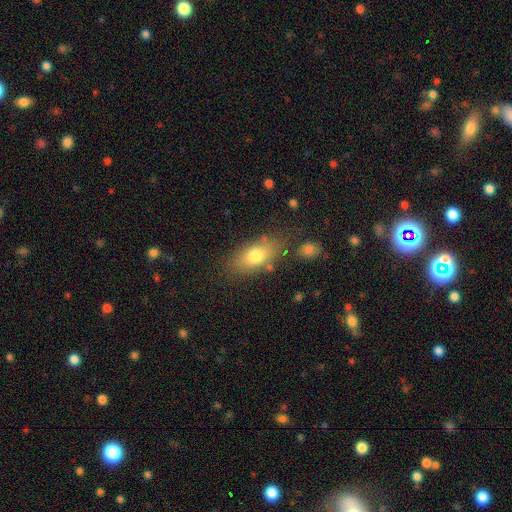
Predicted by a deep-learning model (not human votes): smooth 75%, featured or disk 17%, star or artifact 9%. Down the decision tree: how rounded — in between (83%); merging — none (75%).